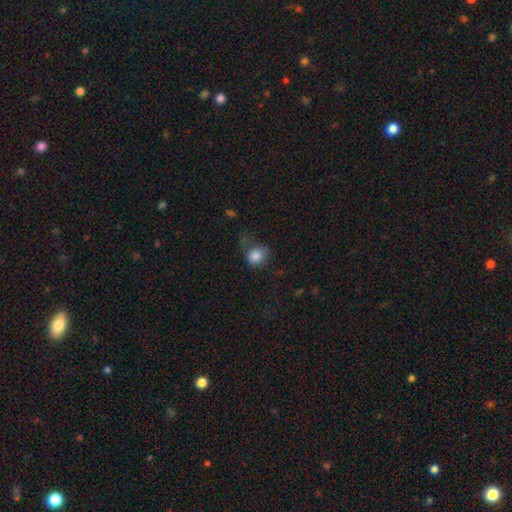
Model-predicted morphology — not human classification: type=smooth (84%); roundness=round (66%); merging=none (44%).